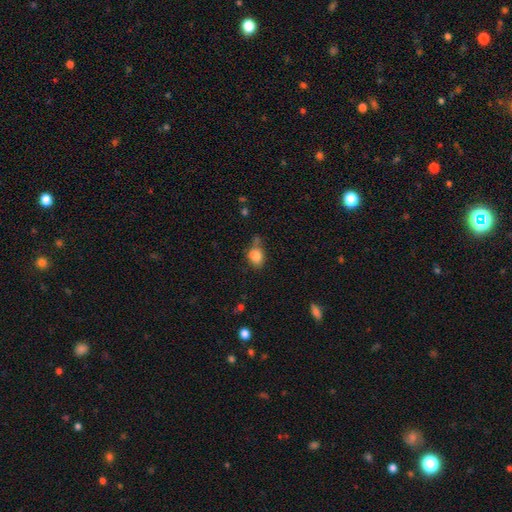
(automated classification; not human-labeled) Q: Smooth or featured?
A: smooth (83%); runner-up: star or artifact (10%)
Q: How rounded?
A: in between (65%); runner-up: round (34%)
Q: Merging?
A: none (54%); runner-up: minor disturbance (24%)